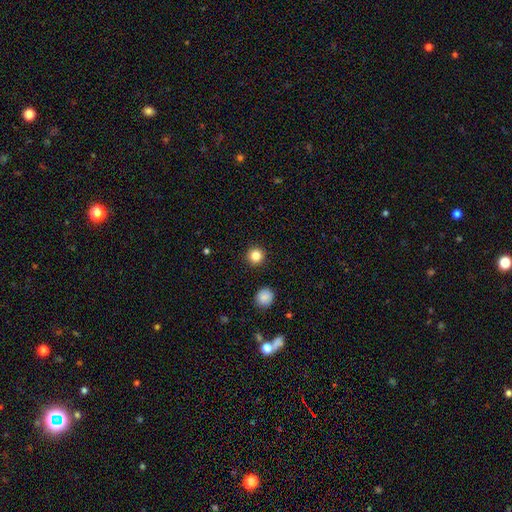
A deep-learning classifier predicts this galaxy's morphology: A smooth galaxy with no disk features (84%) that is round (95%).

Vote fractions:
- Smooth or featured? smooth: 84% / star or artifact: 11% / featured or disk: 5%
- How rounded? round: 95% / in between: 4% / cigar-shaped: 1%
- Merging? none: 93% / minor disturbance: 4% / major disturbance: 2% / merger: 1%